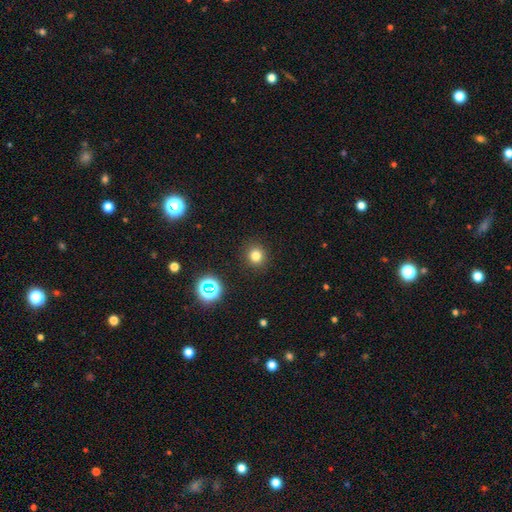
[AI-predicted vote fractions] A smooth galaxy with no disk features (77%) that is round (89%). Merging: none (91%).